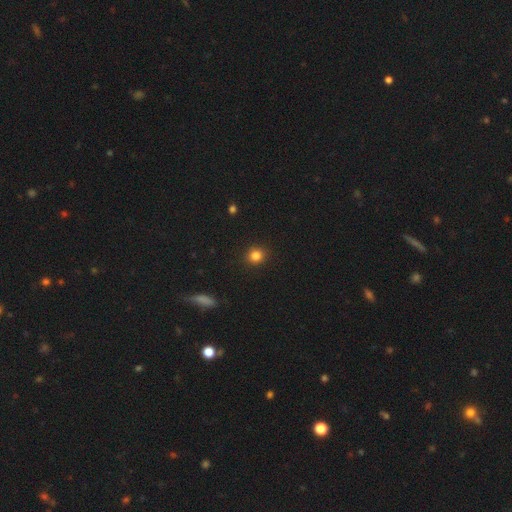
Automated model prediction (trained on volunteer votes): Overall: smooth (83%). How rounded: round (90%). Merging: none (92%).